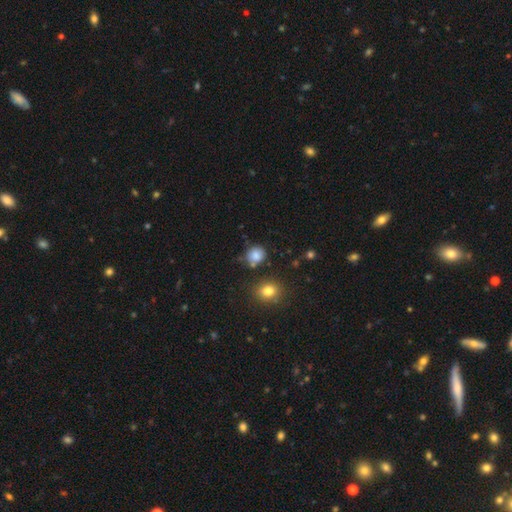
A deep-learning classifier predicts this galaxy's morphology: smooth 83%, star or artifact 11%, featured or disk 6%. Down the decision tree: how rounded — round (79%); merging — none (69%).